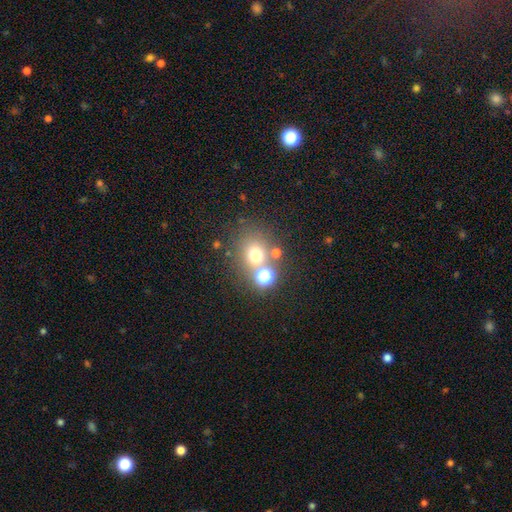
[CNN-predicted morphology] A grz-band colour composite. It shows a smooth galaxy with no disk features (64%) that is round (80%). Merging: none (63%).